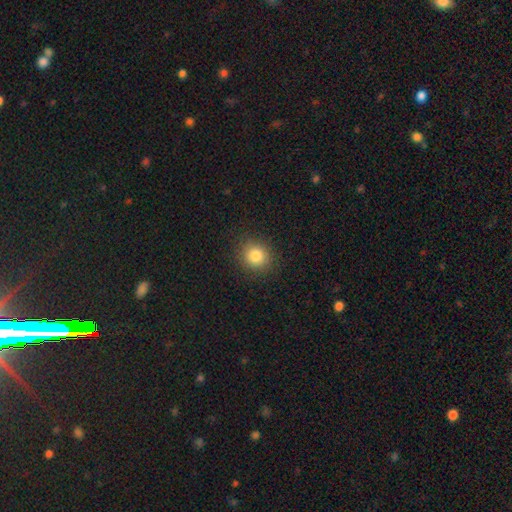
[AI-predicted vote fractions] The model was most divided on "how rounded": round: 84%, in between: 15%, cigar-shaped: 1%. More confident: merging — none (89%); smooth or featured — smooth (83%).